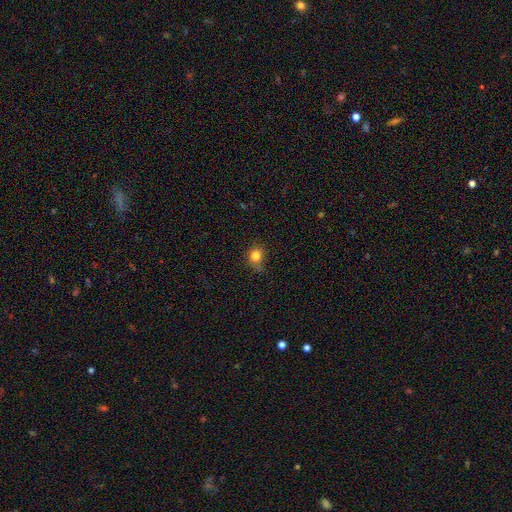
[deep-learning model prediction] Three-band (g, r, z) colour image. It shows a smooth galaxy with no disk features (81%) that is round (78%). Merging: none (65%).